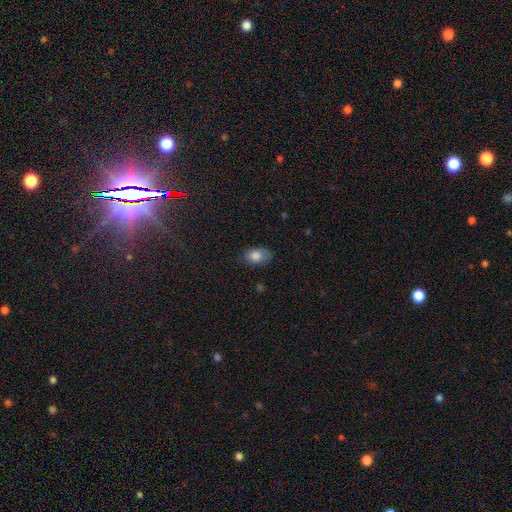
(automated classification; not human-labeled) The model was most divided on "merging": none: 72%, minor disturbance: 22%, major disturbance: 5%, merger: 1%. More confident: how rounded — in between (86%); smooth or featured — smooth (82%).